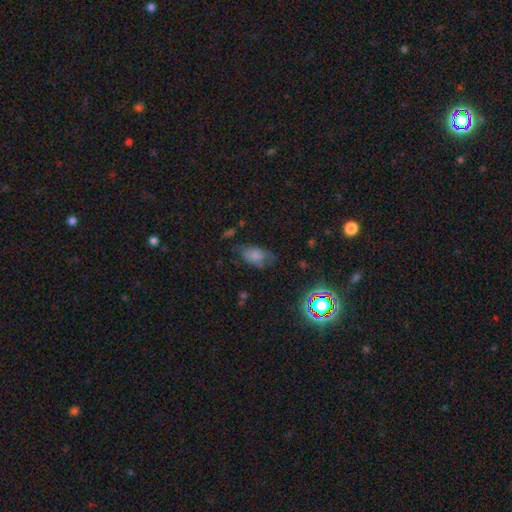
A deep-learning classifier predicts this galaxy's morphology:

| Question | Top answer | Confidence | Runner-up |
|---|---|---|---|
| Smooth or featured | smooth | 60% | featured or disk (22%) |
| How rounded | in between | 88% | round (10%) |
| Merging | none | 57% | minor disturbance (28%) |